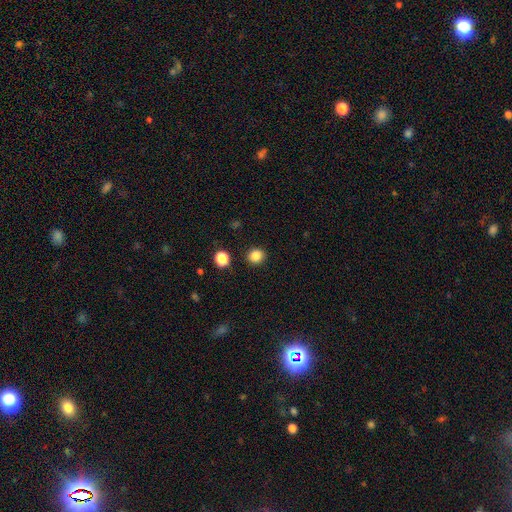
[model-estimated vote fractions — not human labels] This appears to be a smooth galaxy with no disk features (84%) that is round (85%). Merging: none (90%).